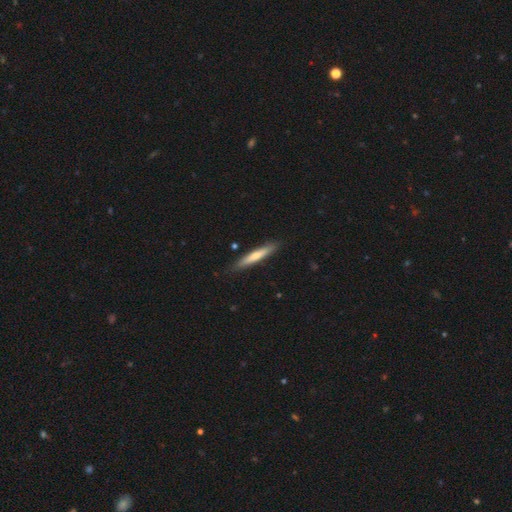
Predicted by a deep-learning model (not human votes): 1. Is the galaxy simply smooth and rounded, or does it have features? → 60% smooth, 35% featured or disk, 5% star or artifact.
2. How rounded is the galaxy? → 93% cigar-shaped, 6% in between, 1% round.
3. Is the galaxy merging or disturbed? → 88% none, 9% minor disturbance, 2% major disturbance, 1% merger.